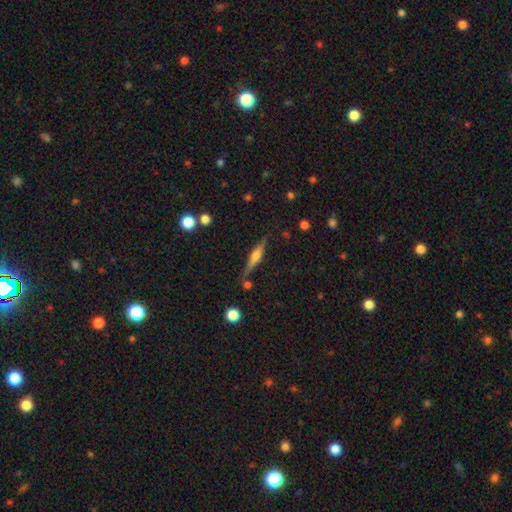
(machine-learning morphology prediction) Smooth or featured?
  - featured or disk: 66% *
  - smooth: 26%
  - star or artifact: 8%
Edge-on disk?
  - yes: 97% *
  - no: 3%
Edge-on bulge?
  - rounded: 78% *
  - boxy: 14%
  - none: 7%
Merging?
  - none: 82% *
  - minor disturbance: 11%
  - merger: 4%
  - major disturbance: 3%